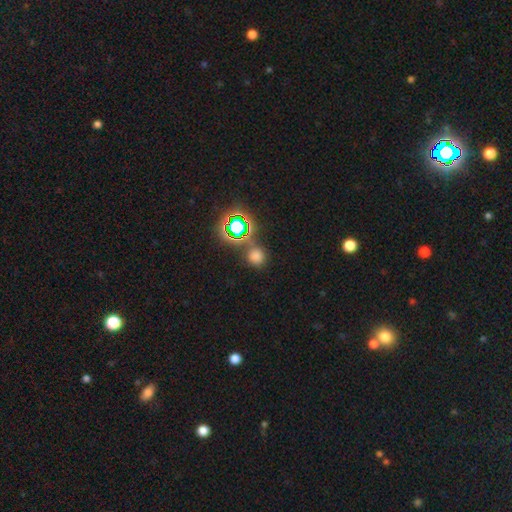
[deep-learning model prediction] Overall: smooth (63%; star or artifact 31%). How rounded: round (89%). Merging: none (72%).